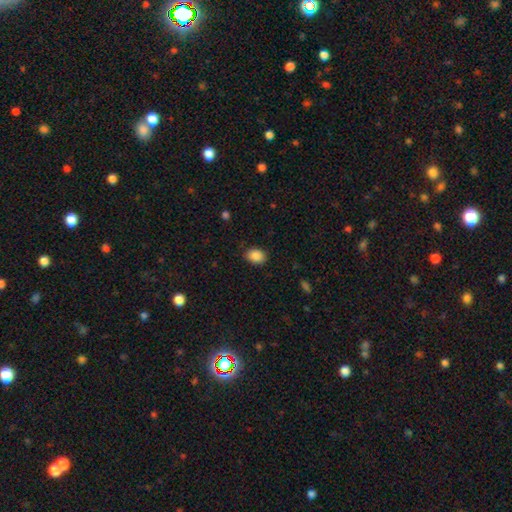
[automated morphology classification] A smooth galaxy with no disk features (88%) that is in between round and cigar-shaped (66%). Merging: none (86%).